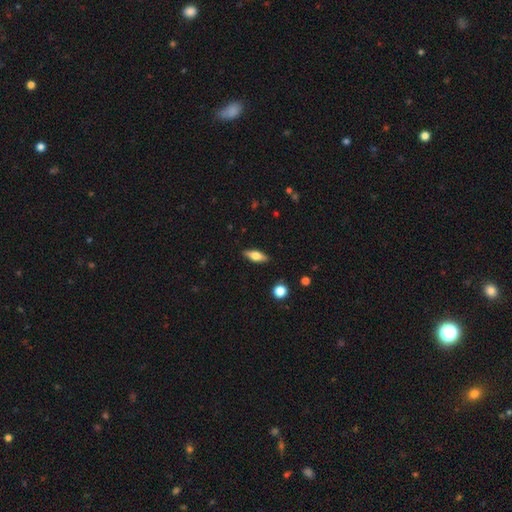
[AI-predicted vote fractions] Smooth or featured?
  - smooth: 57% *
  - featured or disk: 36%
  - star or artifact: 7%
How rounded?
  - in between: 63% *
  - cigar-shaped: 34%
  - round: 4%
Merging?
  - none: 88% *
  - minor disturbance: 9%
  - major disturbance: 2%
  - merger: 1%